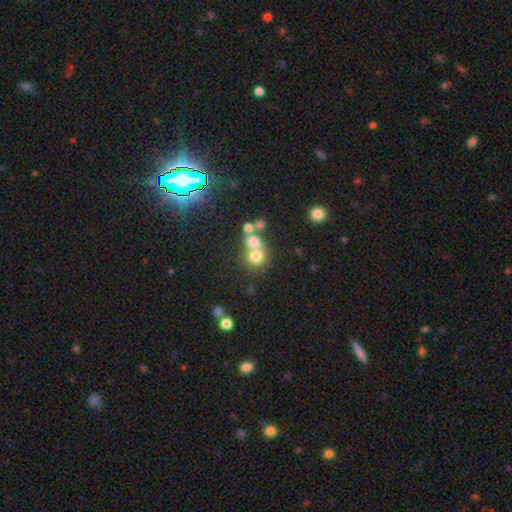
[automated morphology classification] This is likely a smooth galaxy (69%). How rounded: clearly round (81%). Merging: possibly merger (49%).